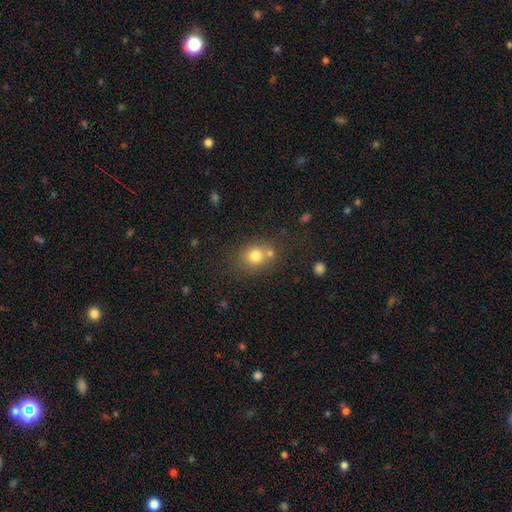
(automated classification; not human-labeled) This is likely a smooth galaxy (76%). How rounded: likely round (69%). Merging: possibly none (56%).